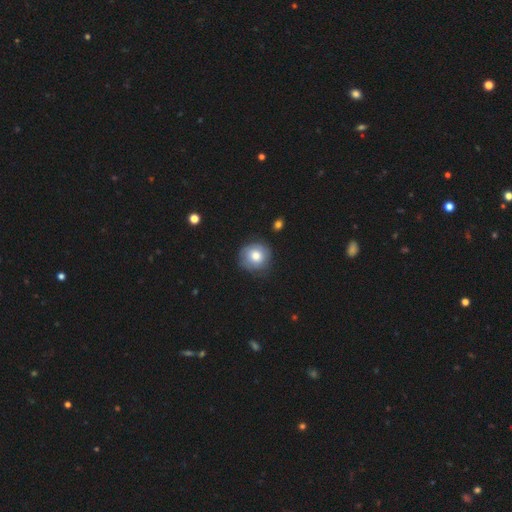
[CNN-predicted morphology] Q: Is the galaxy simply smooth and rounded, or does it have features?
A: smooth — 71%.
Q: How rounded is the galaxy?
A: round — 90%.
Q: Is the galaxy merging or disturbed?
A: none — 78%.